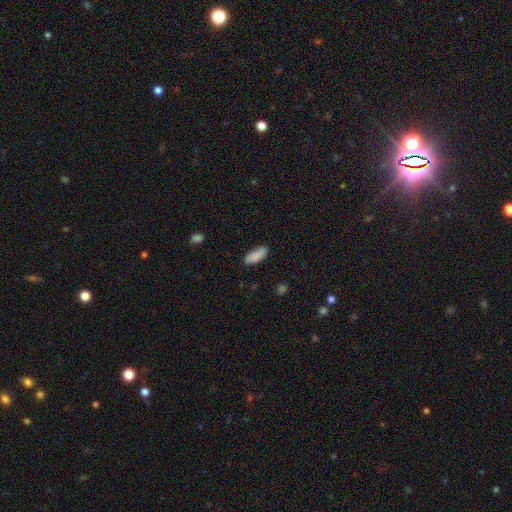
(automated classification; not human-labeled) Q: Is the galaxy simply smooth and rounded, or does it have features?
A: smooth — 85%.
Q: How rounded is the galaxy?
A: in between — 71%.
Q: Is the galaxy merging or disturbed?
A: none — 78%.